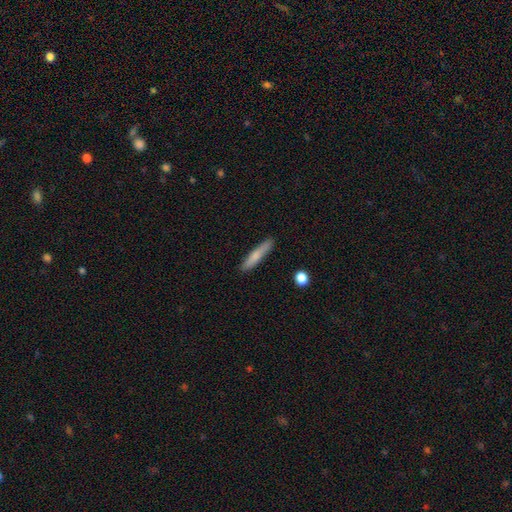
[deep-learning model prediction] Q: Smooth or featured?
A: smooth (73%); runner-up: featured or disk (20%)
Q: How rounded?
A: cigar-shaped (91%); runner-up: in between (7%)
Q: Merging?
A: none (87%); runner-up: minor disturbance (9%)